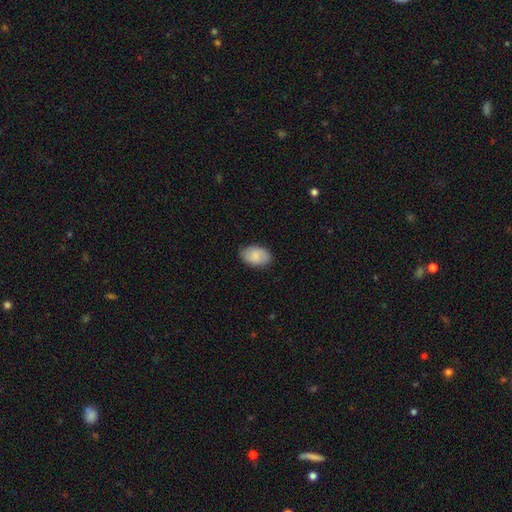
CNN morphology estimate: A smooth galaxy with no disk features (82%) that is in between round and cigar-shaped (91%).

Vote fractions:
- Smooth or featured? smooth: 82% / featured or disk: 11% / star or artifact: 6%
- How rounded? in between: 91% / round: 8% / cigar-shaped: 1%
- Merging? none: 82% / minor disturbance: 14% / major disturbance: 3% / merger: 1%